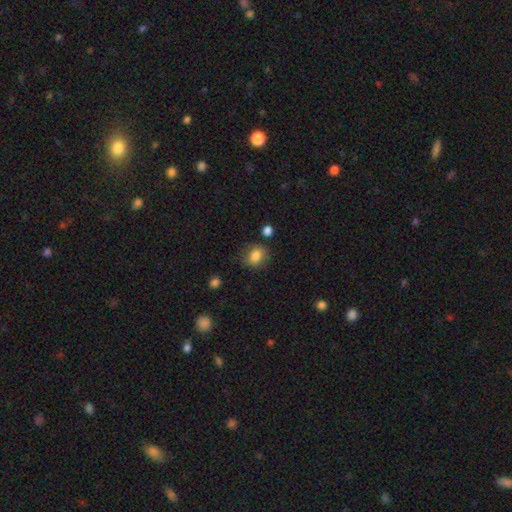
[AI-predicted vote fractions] smooth 83%, star or artifact 9%, featured or disk 8%. Down the decision tree: how rounded — round (58%); merging — none (72%).